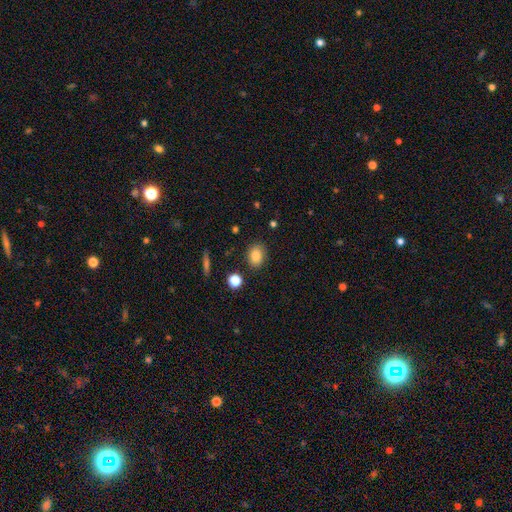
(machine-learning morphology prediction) type=smooth (84%); roundness=in between (62%); merging=none (84%).